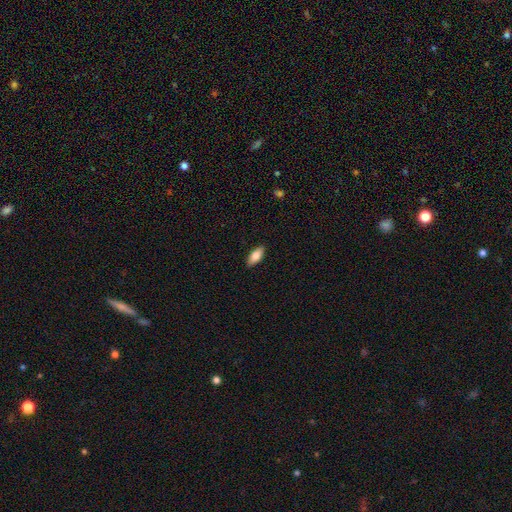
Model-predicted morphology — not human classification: Smooth or featured: smooth — 81% (featured or disk — 13%)
How rounded: in between — 84% (cigar-shaped — 14%)
Merging: none — 90% (minor disturbance — 8%)